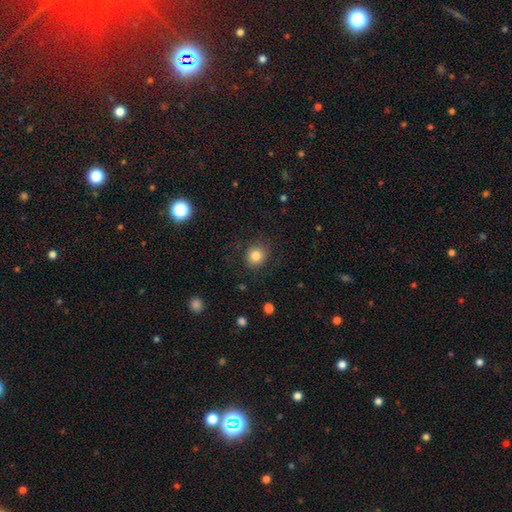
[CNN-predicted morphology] smooth 83%, star or artifact 10%, featured or disk 7%. Down the decision tree: how rounded — round (83%); merging — none (81%).